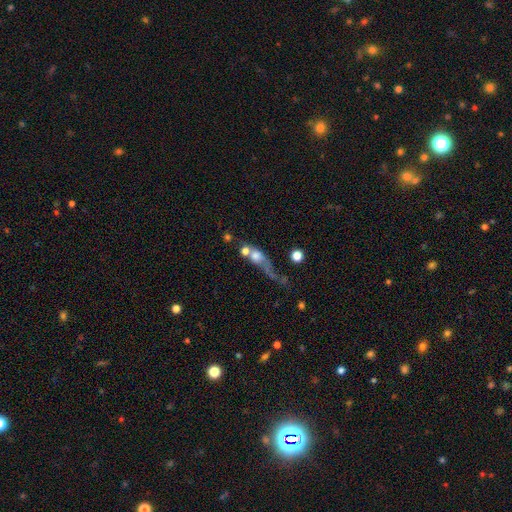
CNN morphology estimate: Q: Smooth or featured?
A: smooth (49%); runner-up: featured or disk (39%)
Q: Merging?
A: merger (37%); runner-up: major disturbance (25%)